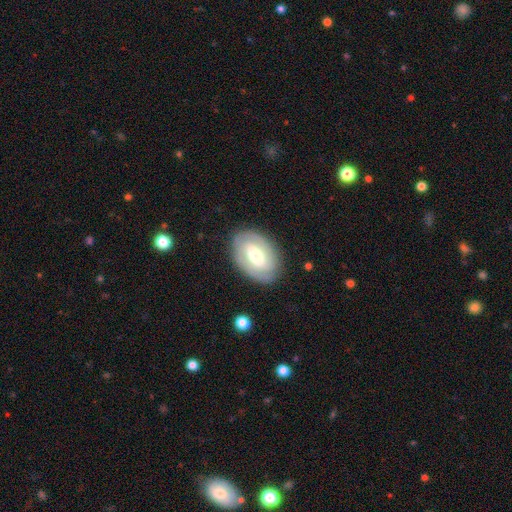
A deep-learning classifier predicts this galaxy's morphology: featured or disk 66%, smooth 28%, star or artifact 6%. Down the decision tree: edge-on disk — no (95%); bar — weak (45%); spiral arms — yes (77%); bulge size — moderate (60%); merging — none (84%).